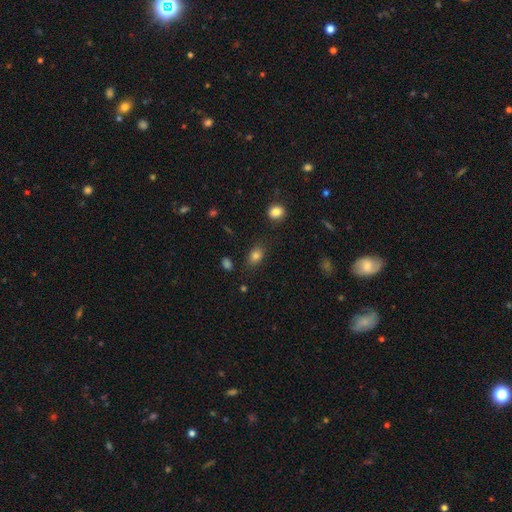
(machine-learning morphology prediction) smooth_or_featured: smooth (p=0.82) [alt: star or artifact p=0.11]
how_rounded: in between (p=0.78) [alt: round p=0.20]
merging: none (p=0.80) [alt: minor disturbance p=0.13]